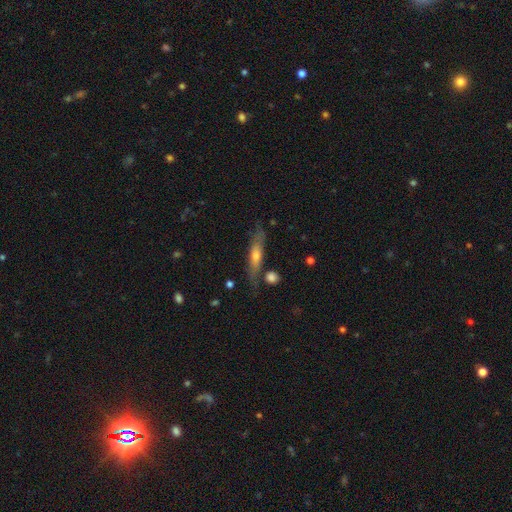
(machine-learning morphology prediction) type=featured or disk (52%); edge-on=yes (78%); merging=none (68%).